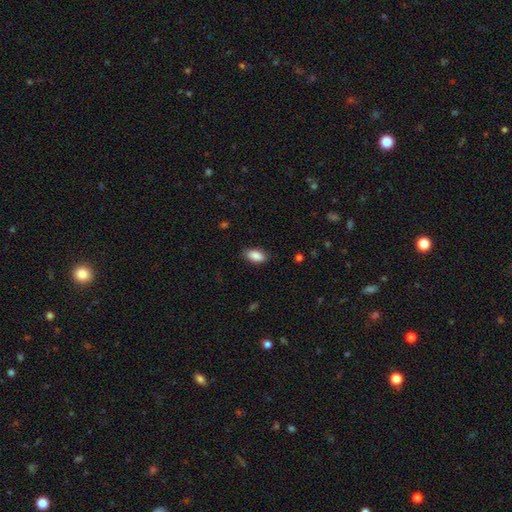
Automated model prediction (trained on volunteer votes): Smooth or featured?
  - smooth: 88% *
  - star or artifact: 7%
  - featured or disk: 5%
How rounded?
  - in between: 92% *
  - round: 4%
  - cigar-shaped: 4%
Merging?
  - none: 83% *
  - minor disturbance: 13%
  - major disturbance: 3%
  - merger: 1%